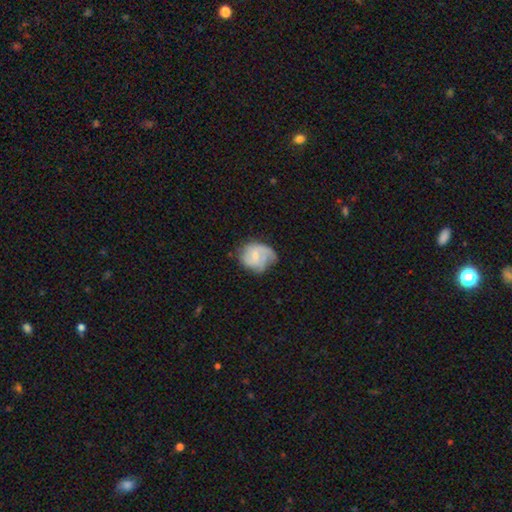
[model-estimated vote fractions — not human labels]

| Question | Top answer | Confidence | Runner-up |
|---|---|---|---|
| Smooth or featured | featured or disk | 60% | smooth (33%) |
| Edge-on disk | no | 98% | yes (2%) |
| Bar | no | 57% | weak (38%) |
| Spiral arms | yes | 84% | no (16%) |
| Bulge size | small | 59% | moderate (28%) |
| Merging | none | 47% | minor disturbance (32%) |